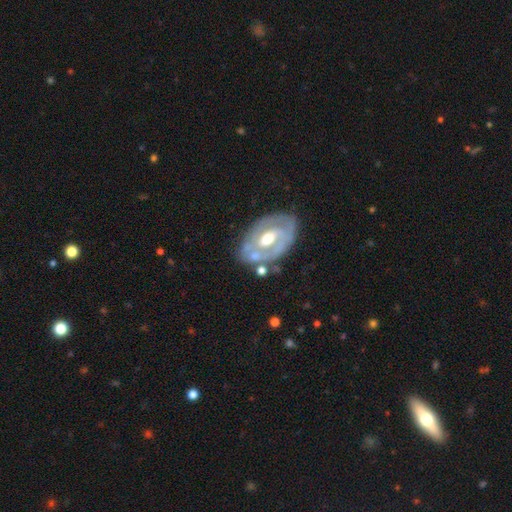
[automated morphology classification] smooth-or-featured: featured or disk: 77% | smooth: 17% | star or artifact: 5%
  disk-edge-on: no: 94% | yes: 6%
    bar: no: 42% | weak: 39% | strong: 19%
    has-spiral-arms: yes: 61% | no: 39%
    bulge-size: moderate: 71% | small: 14% | large: 12% | none: 1% | dominant: 1%
  merging: none: 67% | minor disturbance: 20% | major disturbance: 7% | merger: 6%